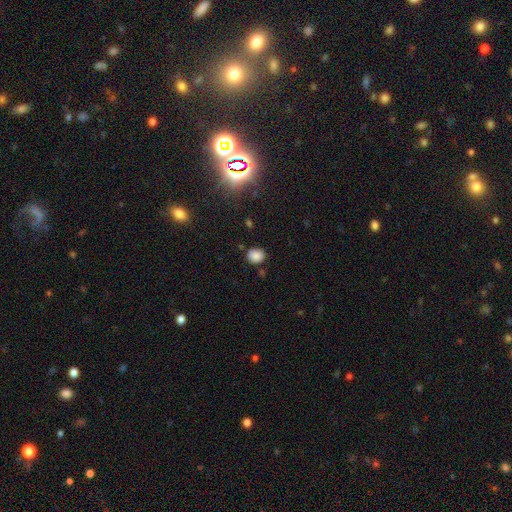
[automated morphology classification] smooth_or_featured: smooth (p=0.83) [alt: star or artifact p=0.12]
how_rounded: round (p=0.63) [alt: in between p=0.36]
merging: none (p=0.83) [alt: minor disturbance p=0.11]